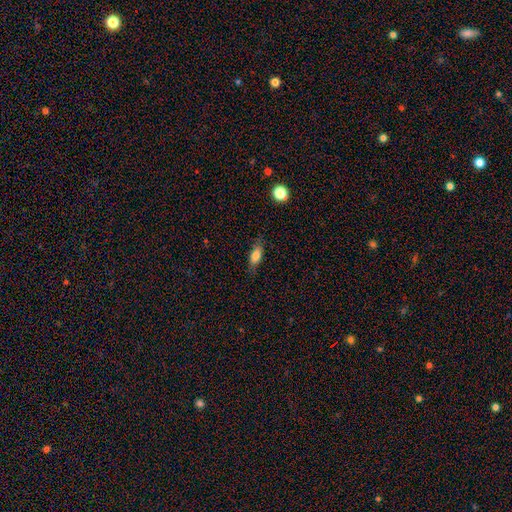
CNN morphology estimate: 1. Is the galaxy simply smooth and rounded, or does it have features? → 77% smooth, 15% featured or disk, 8% star or artifact.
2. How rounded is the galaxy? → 75% in between, 21% cigar-shaped, 4% round.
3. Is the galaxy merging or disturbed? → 77% none, 17% minor disturbance, 4% major disturbance, 1% merger.